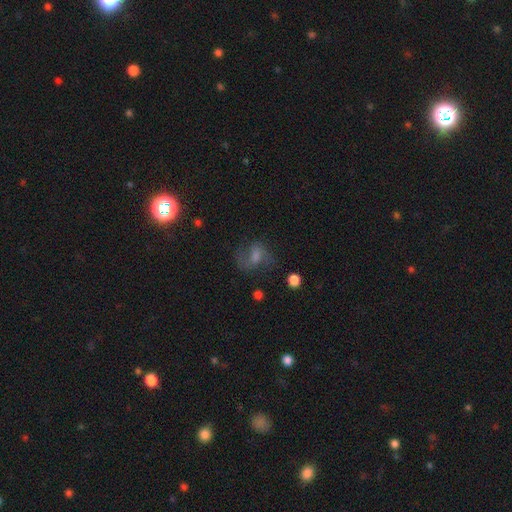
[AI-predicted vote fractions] The model was most divided on "smooth or featured": featured or disk: 50%, smooth: 28%, star or artifact: 22%. More confident: edge-on disk — no (96%); merging — none (62%).